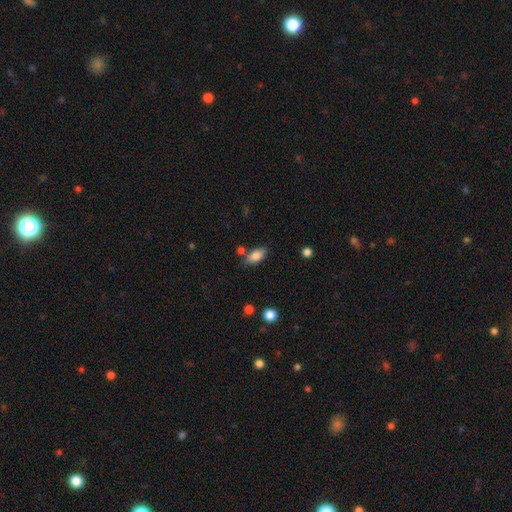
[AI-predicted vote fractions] Smooth or featured? smooth (84%)
How rounded? in between (88%)
Merging? none (70%)